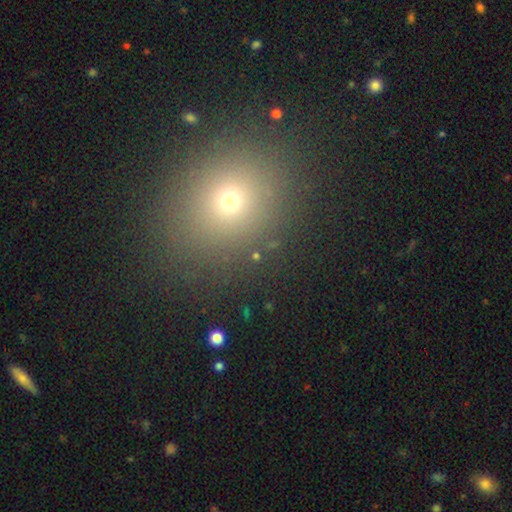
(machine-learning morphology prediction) smooth_or_featured: smooth (p=0.60) [alt: star or artifact p=0.29]
how_rounded: round (p=0.69) [alt: in between p=0.29]
merging: none (p=0.84) [alt: minor disturbance p=0.08]